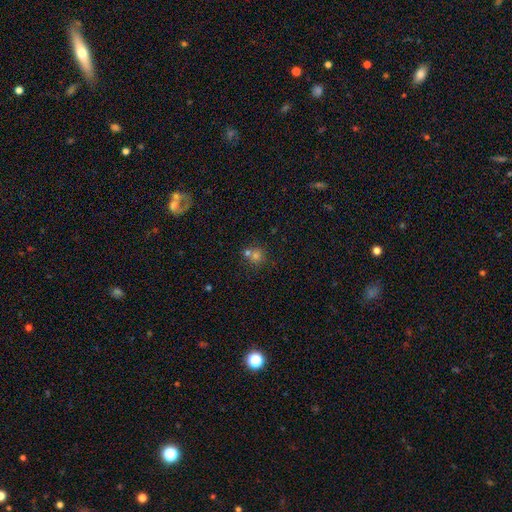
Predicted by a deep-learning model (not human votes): Smooth or featured? smooth (68%)
How rounded? round (87%)
Merging? none (55%)